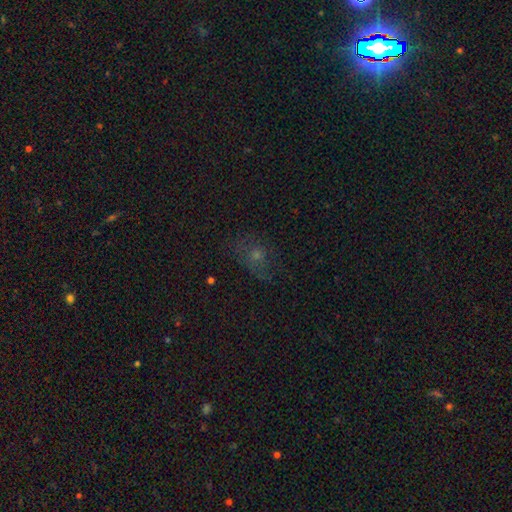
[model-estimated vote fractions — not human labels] The model was most divided on "smooth or featured": smooth: 45%, star or artifact: 29%, featured or disk: 27%. More confident: merging — none (59%).